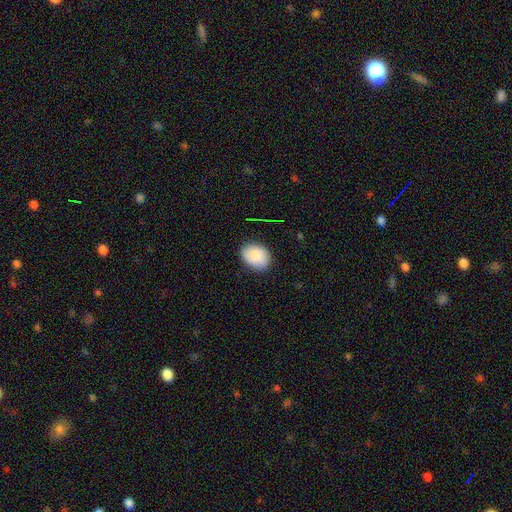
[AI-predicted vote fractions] smooth_or_featured: smooth (p=0.87) [alt: star or artifact p=0.07]
how_rounded: in between (p=0.71) [alt: round p=0.28]
merging: none (p=0.84) [alt: minor disturbance p=0.13]